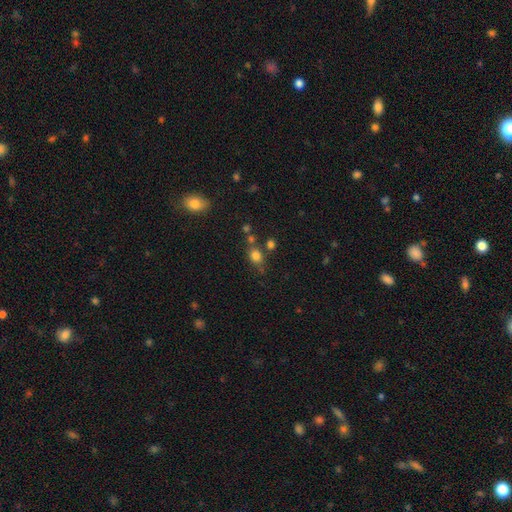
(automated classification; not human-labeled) This appears to be a smooth galaxy with no disk features (78%) that is round (54%). Merging: none (63%).